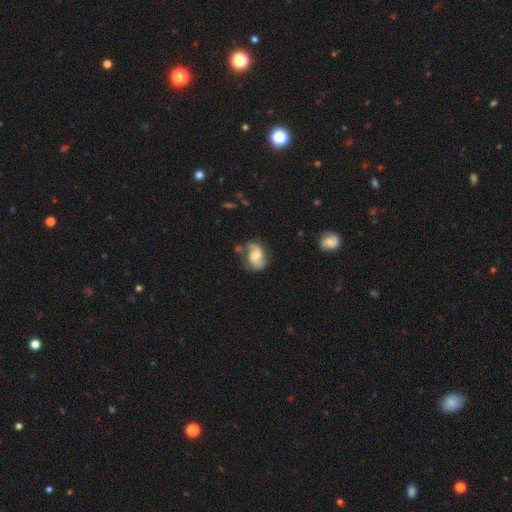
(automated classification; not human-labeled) This is likely a featured or disk galaxy (67%). It is clearly not viewed edge-on (97%). Bar: likely no (60%). Spiral arm pattern: clearly yes (91%). Spiral arm count: clearly 2 (84%). Spiral winding: marginally medium (45%). Central bulge: possibly moderate (57%). Merging: likely none (61%).